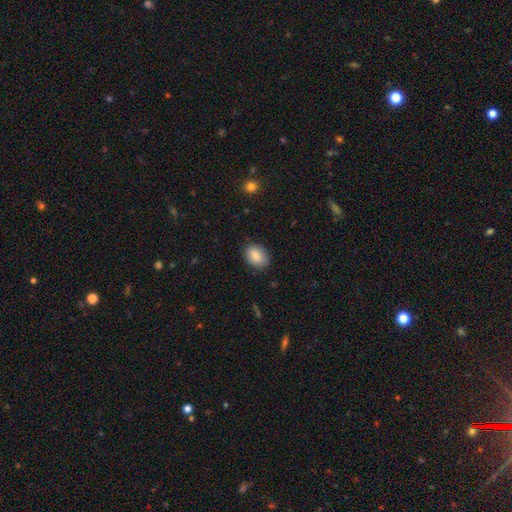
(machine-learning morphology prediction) smooth-or-featured: smooth: 86% | star or artifact: 7% | featured or disk: 7%
  how-rounded: in between: 71% | round: 28% | cigar-shaped: 1%
  merging: none: 83% | minor disturbance: 13% | major disturbance: 3% | merger: 1%